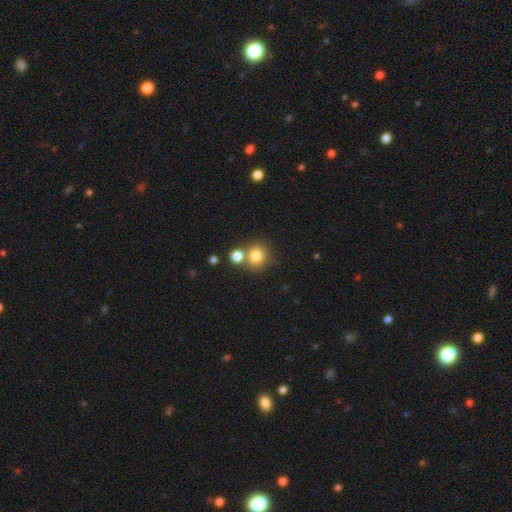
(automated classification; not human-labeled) Smooth or featured?
  - smooth: 80% *
  - star or artifact: 12%
  - featured or disk: 8%
How rounded?
  - round: 86% *
  - in between: 13%
  - cigar-shaped: 1%
Merging?
  - none: 60% *
  - merger: 28%
  - minor disturbance: 9%
  - major disturbance: 3%